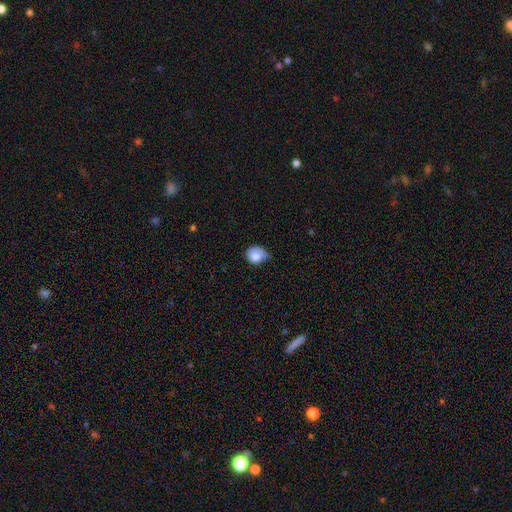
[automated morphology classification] Smooth or featured? smooth (80%)
How rounded? round (59%)
Merging? minor disturbance (46%)